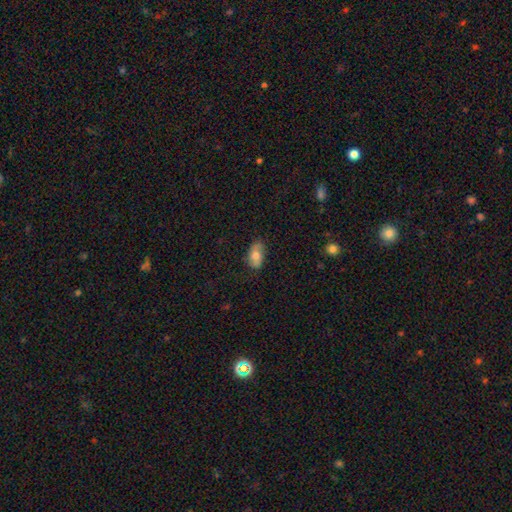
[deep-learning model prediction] A smooth galaxy with no disk features (62%) that is in between round and cigar-shaped (90%).

Vote fractions:
- Smooth or featured? smooth: 62% / featured or disk: 30% / star or artifact: 8%
- How rounded? in between: 90% / round: 6% / cigar-shaped: 4%
- Merging? none: 73% / minor disturbance: 21% / major disturbance: 5% / merger: 1%